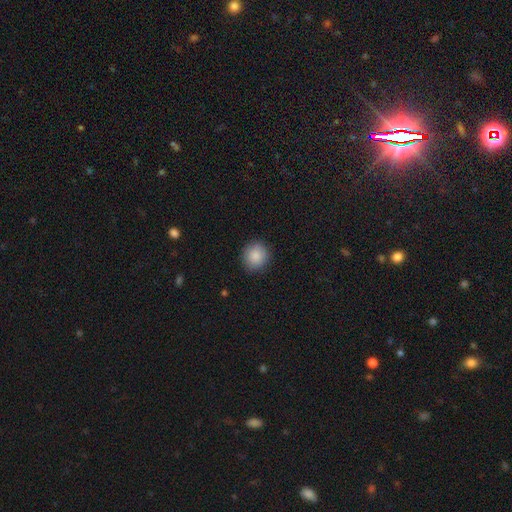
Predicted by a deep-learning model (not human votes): Smooth or featured?
  - smooth: 88% *
  - star or artifact: 8%
  - featured or disk: 4%
How rounded?
  - round: 88% *
  - in between: 11%
  - cigar-shaped: 1%
Merging?
  - none: 90% *
  - minor disturbance: 7%
  - major disturbance: 2%
  - merger: 1%